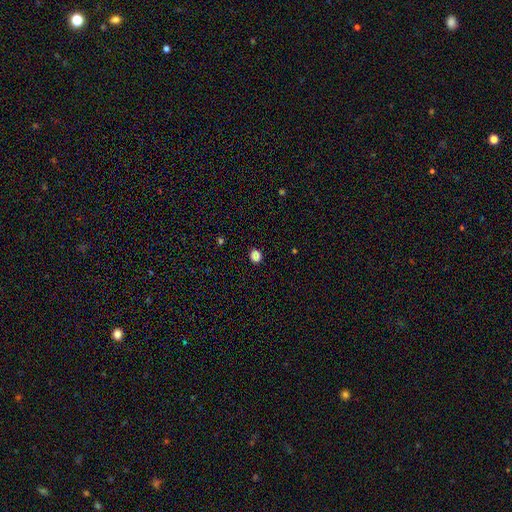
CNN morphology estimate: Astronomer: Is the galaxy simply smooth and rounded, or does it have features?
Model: smooth — 82%.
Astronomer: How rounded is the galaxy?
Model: round — 68%.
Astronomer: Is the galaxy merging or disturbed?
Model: none — 89%.